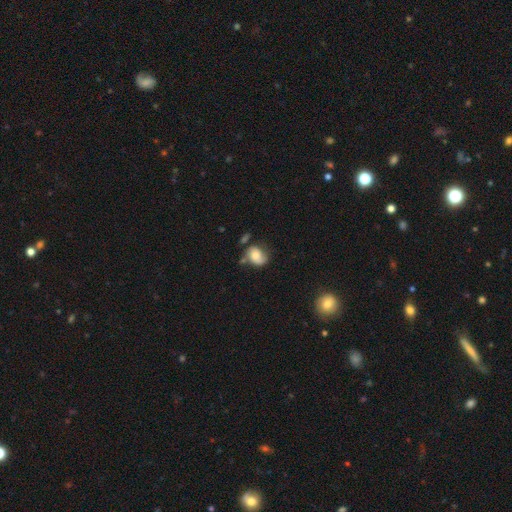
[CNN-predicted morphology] type=smooth (54%); roundness=in between (54%); merging=none (46%).